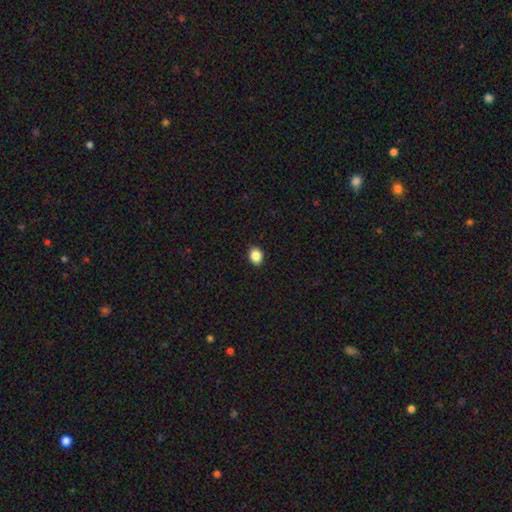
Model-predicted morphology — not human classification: The model was most divided on "how rounded": round: 50%, in between: 49%, cigar-shaped: 1%. More confident: merging — none (91%); smooth or featured — smooth (87%).